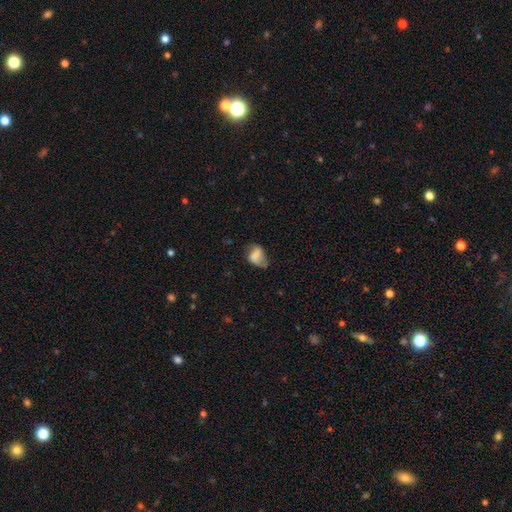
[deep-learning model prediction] Overall: smooth (60%; featured or disk 30%). How rounded: in between (74%). Merging: none (37%; minor disturbance 35%).